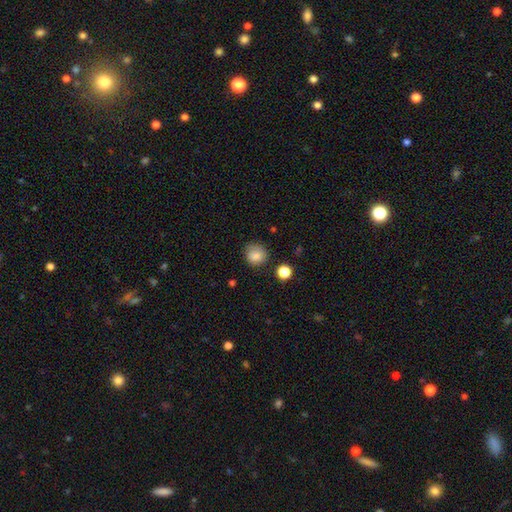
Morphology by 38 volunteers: This appears to be a smooth galaxy with no disk features (89%) that is round (94%). Merging: none (86%).